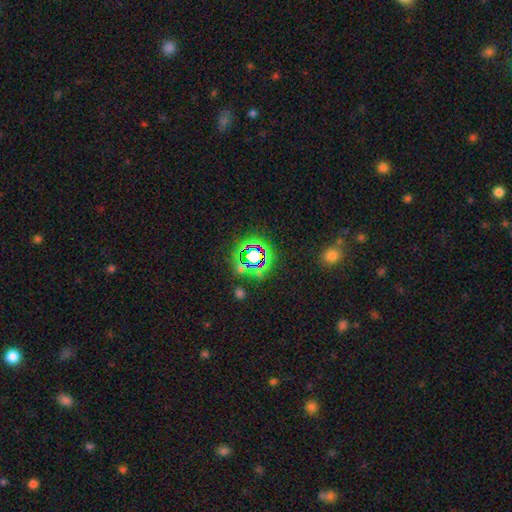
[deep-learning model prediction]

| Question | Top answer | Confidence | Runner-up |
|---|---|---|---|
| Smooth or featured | star or artifact | 75% | smooth (15%) |